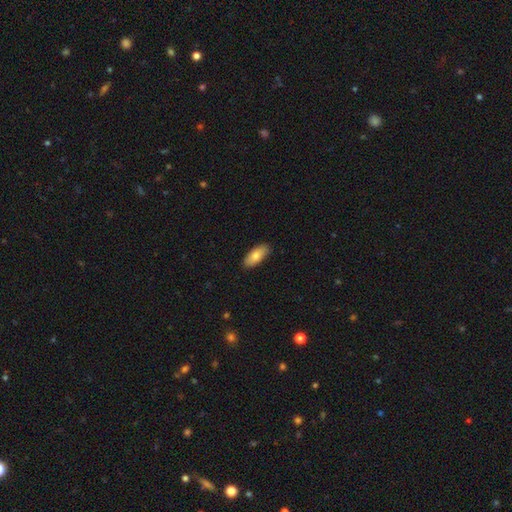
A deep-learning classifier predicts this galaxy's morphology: This appears to be a smooth galaxy with no disk features (78%) that is in between round and cigar-shaped (86%). Merging: none (88%).